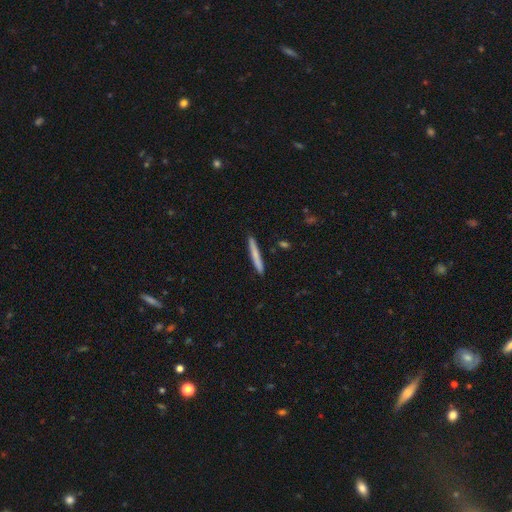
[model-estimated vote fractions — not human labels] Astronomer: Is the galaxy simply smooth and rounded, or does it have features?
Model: smooth — 67%.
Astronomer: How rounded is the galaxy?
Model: cigar-shaped — 96%.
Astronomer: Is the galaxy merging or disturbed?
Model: none — 90%.